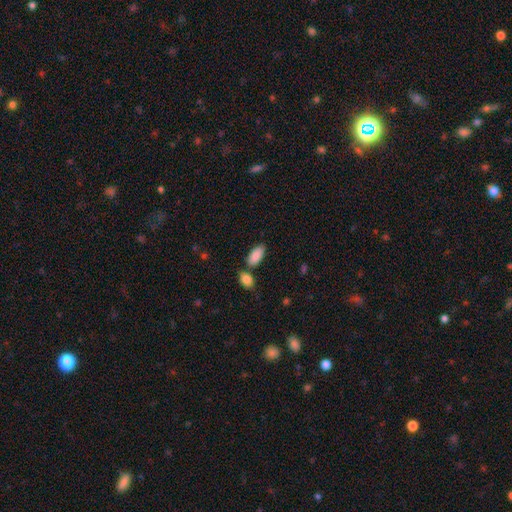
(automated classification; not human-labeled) smooth_or_featured: smooth (p=0.88) [alt: star or artifact p=0.06]
how_rounded: in between (p=0.92) [alt: cigar-shaped p=0.06]
merging: none (p=0.67) [alt: merger p=0.17]